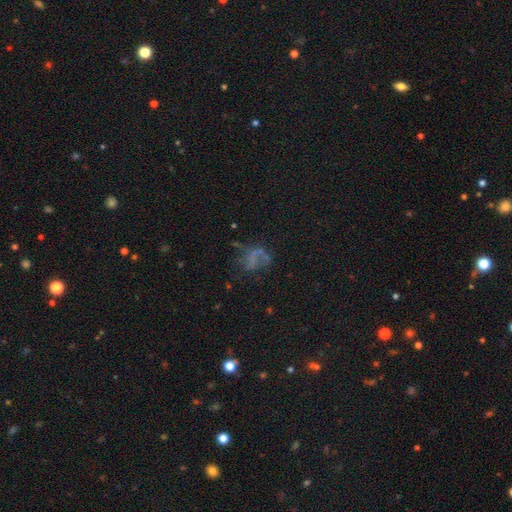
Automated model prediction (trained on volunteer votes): Smooth or featured?
  - featured or disk: 41% *
  - smooth: 34%
  - star or artifact: 24%
Merging?
  - none: 40% *
  - major disturbance: 31%
  - minor disturbance: 19%
  - merger: 10%